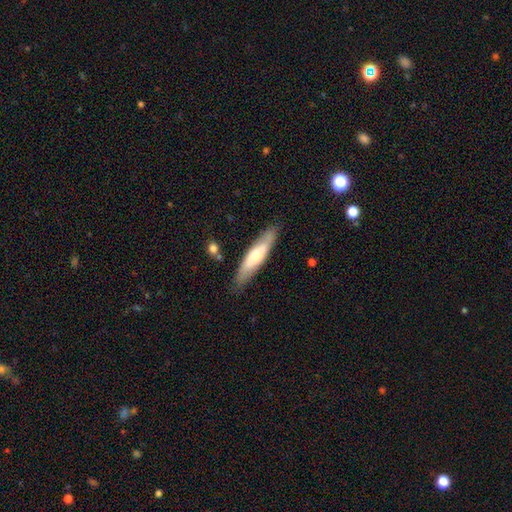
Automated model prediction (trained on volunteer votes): Overall: smooth (51%; featured or disk 44%). How rounded: cigar-shaped (73%). Merging: none (84%).